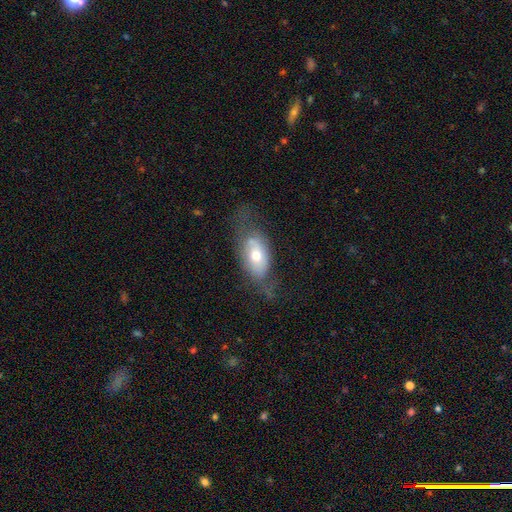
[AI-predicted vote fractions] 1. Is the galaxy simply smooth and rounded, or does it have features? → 50% smooth, 43% featured or disk, 8% star or artifact.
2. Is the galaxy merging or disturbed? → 46% none, 28% minor disturbance, 24% major disturbance, 3% merger.